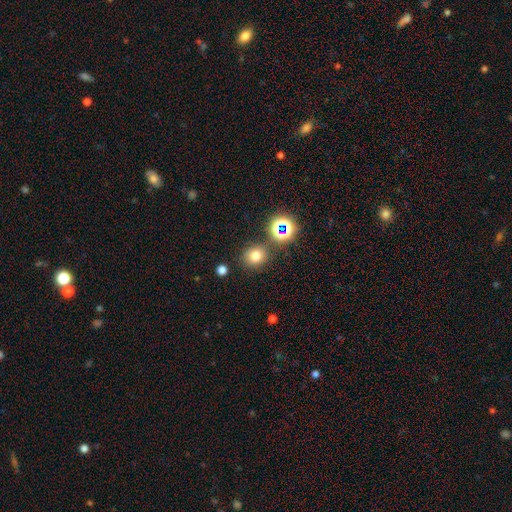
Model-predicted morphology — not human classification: This appears to be a smooth galaxy with no disk features (72%) that is round (80%). Merging: none (79%).